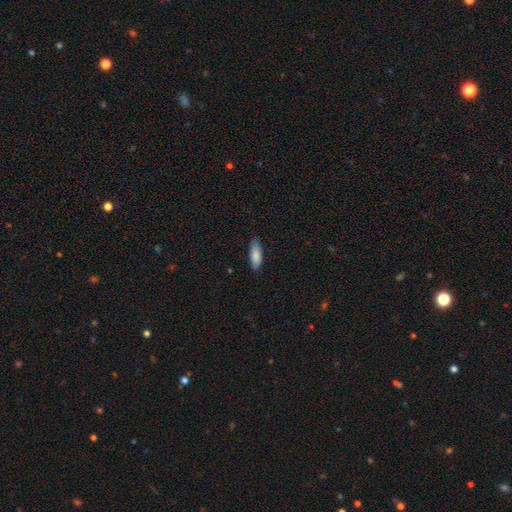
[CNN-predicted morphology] Q: Smooth or featured?
A: smooth (86%); runner-up: featured or disk (8%)
Q: How rounded?
A: in between (64%); runner-up: cigar-shaped (34%)
Q: Merging?
A: none (80%); runner-up: minor disturbance (17%)